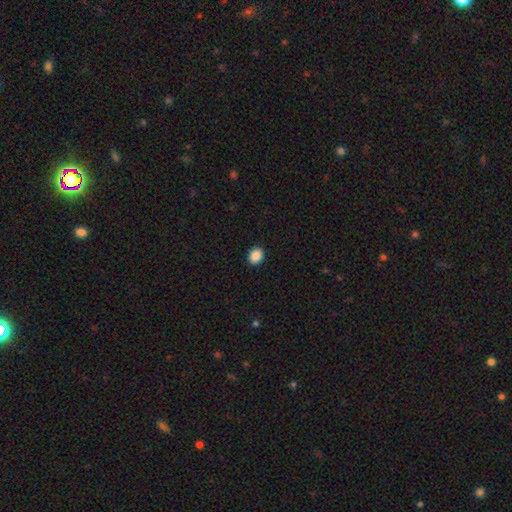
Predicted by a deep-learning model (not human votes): Overall: smooth (89%). How rounded: round (57%; in between 42%). Merging: none (92%).